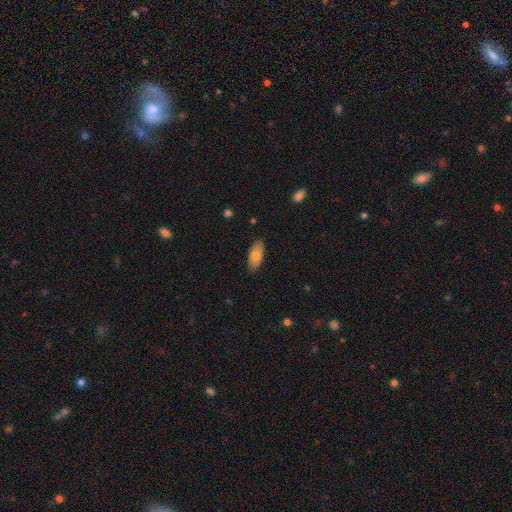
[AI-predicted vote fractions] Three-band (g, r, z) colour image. It shows a smooth galaxy with no disk features (74%) that is in between round and cigar-shaped (86%). Merging: none (87%).